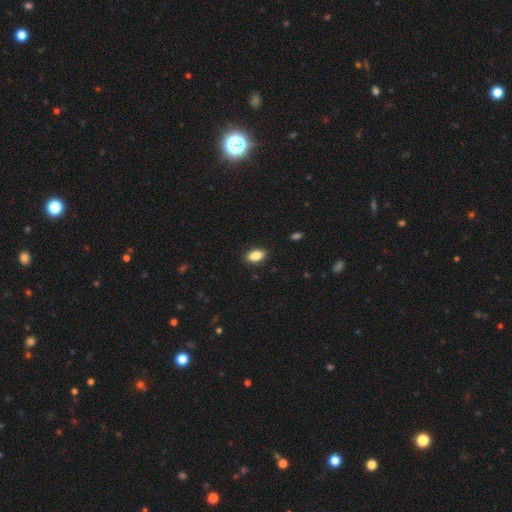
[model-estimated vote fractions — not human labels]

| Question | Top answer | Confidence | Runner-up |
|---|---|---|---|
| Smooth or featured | smooth | 87% | star or artifact (8%) |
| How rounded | in between | 91% | round (5%) |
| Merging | none | 89% | minor disturbance (8%) |